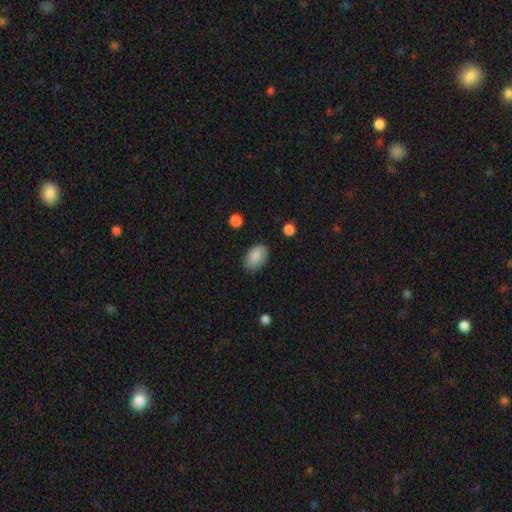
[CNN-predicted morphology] type=smooth (87%); roundness=in between (89%); merging=none (80%).